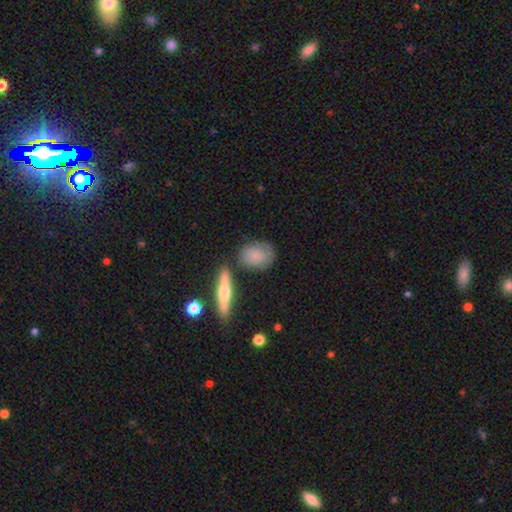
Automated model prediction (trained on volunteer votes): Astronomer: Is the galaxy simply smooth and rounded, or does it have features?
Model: smooth — 72%.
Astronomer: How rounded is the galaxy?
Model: in between — 65%.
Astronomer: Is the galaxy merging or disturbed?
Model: none — 64%.